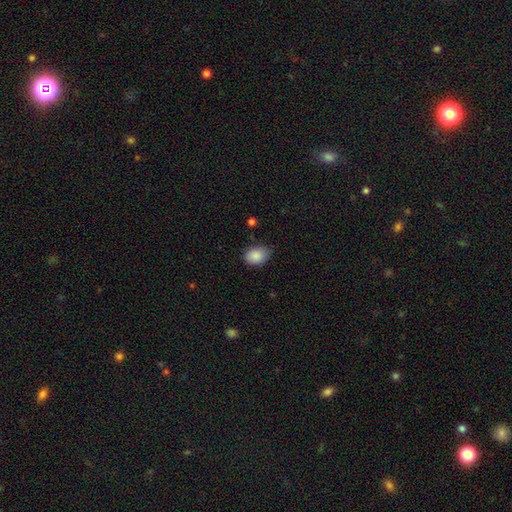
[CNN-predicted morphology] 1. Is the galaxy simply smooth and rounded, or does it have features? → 88% smooth, 7% star or artifact, 5% featured or disk.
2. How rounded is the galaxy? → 80% in between, 19% round, 1% cigar-shaped.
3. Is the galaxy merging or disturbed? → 74% none, 21% minor disturbance, 4% major disturbance, 1% merger.